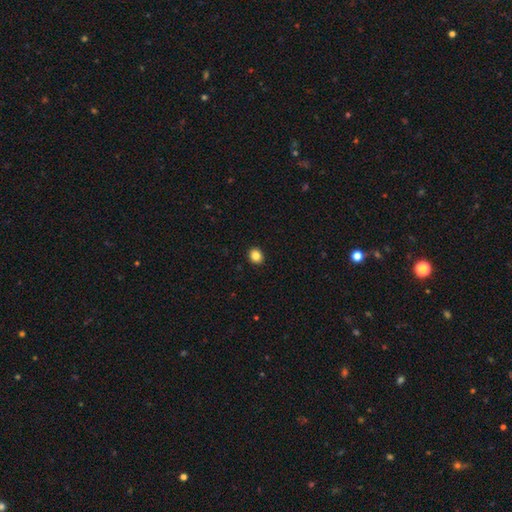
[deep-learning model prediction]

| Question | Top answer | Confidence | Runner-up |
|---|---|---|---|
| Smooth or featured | smooth | 86% | star or artifact (10%) |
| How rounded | round | 74% | in between (25%) |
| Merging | none | 93% | minor disturbance (5%) |